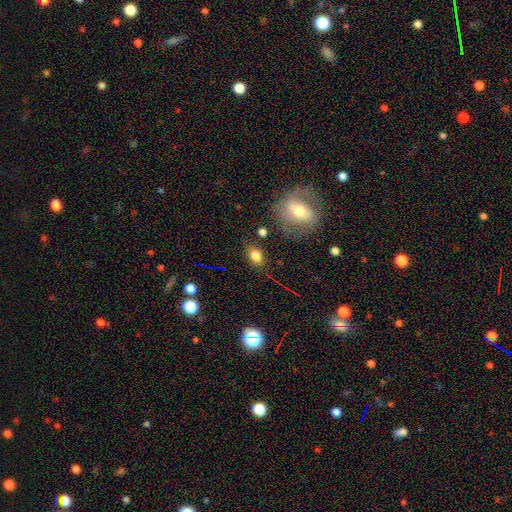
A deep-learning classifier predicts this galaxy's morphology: This appears to be a smooth galaxy with no disk features (80%) that is in between round and cigar-shaped (73%). Merging: none (79%).